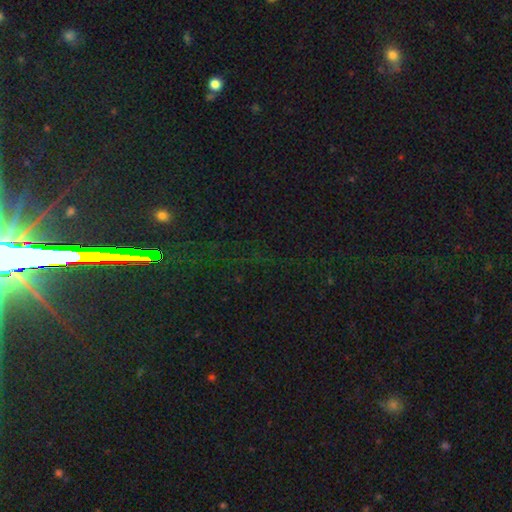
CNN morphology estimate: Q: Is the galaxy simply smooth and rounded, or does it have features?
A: star or artifact — 77%.